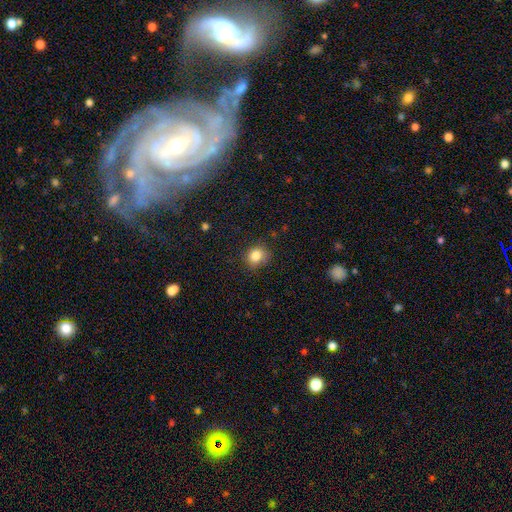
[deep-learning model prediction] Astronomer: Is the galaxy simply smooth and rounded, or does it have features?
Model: smooth — 84%.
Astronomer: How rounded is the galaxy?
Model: round — 71%.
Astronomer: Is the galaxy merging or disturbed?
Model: none — 80%.